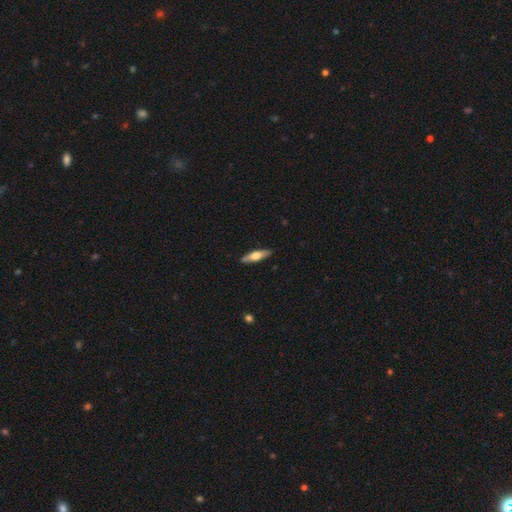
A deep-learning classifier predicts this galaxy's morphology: smooth-or-featured: smooth: 49% | featured or disk: 46% | star or artifact: 5%
  merging: none: 89% | minor disturbance: 8% | major disturbance: 2% | merger: 1%